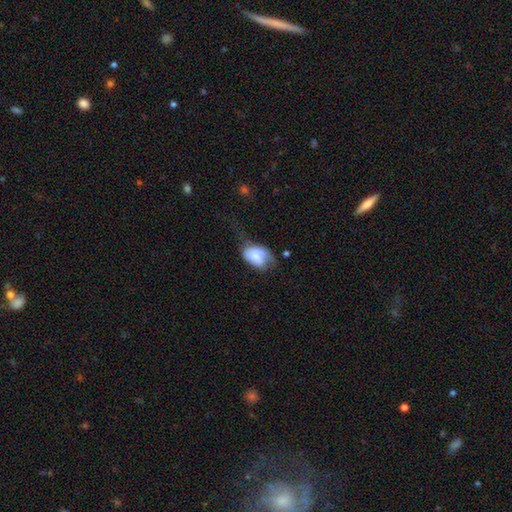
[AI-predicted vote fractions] A smooth galaxy with no disk features (67%) that is in between round and cigar-shaped (81%). Merging: major disturbance (36%).